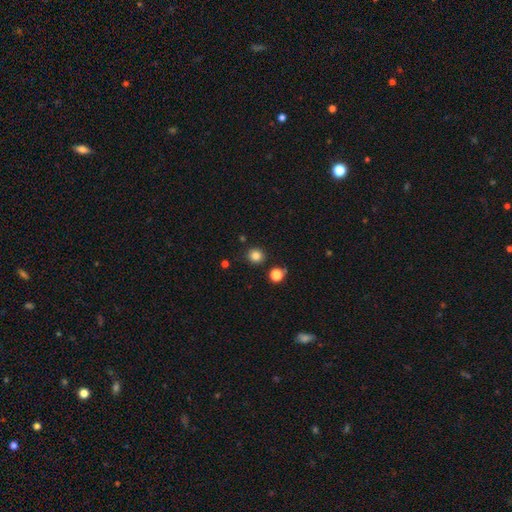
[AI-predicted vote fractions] Overall: smooth (83%). How rounded: round (90%). Merging: none (88%).